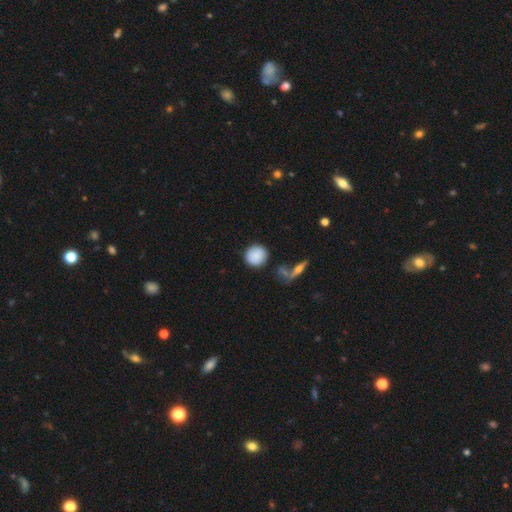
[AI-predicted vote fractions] Smooth or featured: smooth — 86% (star or artifact — 8%)
How rounded: round — 91% (in between — 8%)
Merging: none — 83% (minor disturbance — 9%)